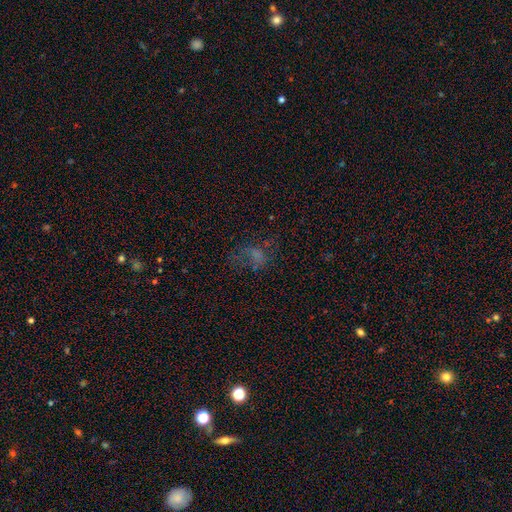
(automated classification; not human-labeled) This is marginally a smooth galaxy (41%). Merging: marginally none (39%).